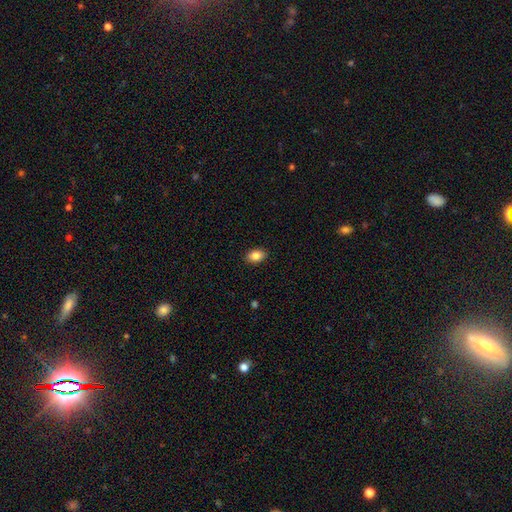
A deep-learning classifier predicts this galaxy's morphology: The model was most divided on "how rounded": in between: 85%, round: 14%, cigar-shaped: 1%. More confident: merging — none (89%); smooth or featured — smooth (86%).